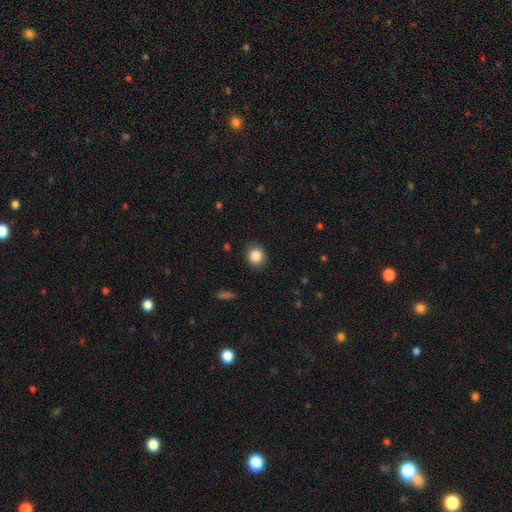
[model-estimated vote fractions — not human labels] A smooth galaxy with no disk features (86%) that is round (85%). Merging: none (88%).